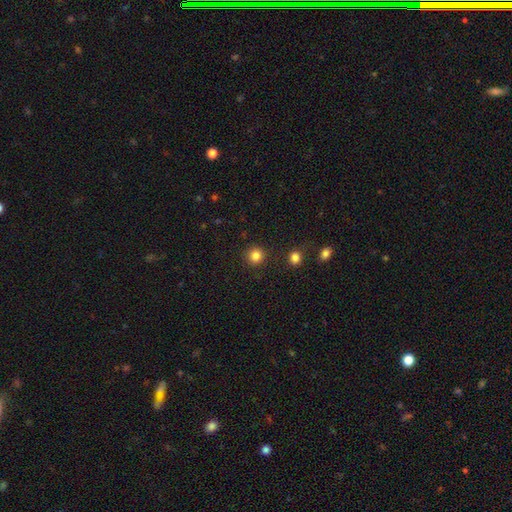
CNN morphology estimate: smooth_or_featured: smooth (p=0.84) [alt: star or artifact p=0.12]
how_rounded: round (p=0.93) [alt: in between p=0.06]
merging: none (p=0.90) [alt: minor disturbance p=0.06]